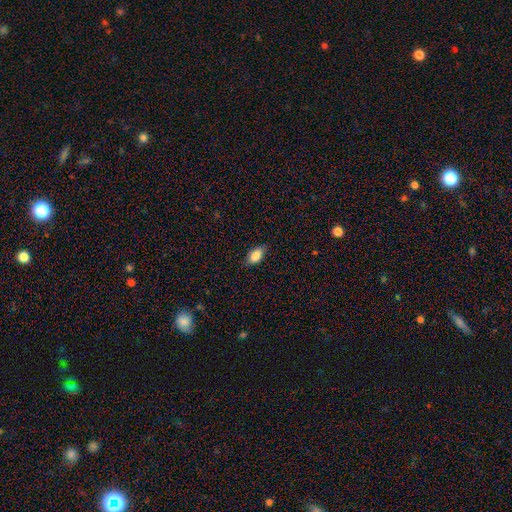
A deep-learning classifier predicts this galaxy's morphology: A smooth galaxy with no disk features (85%) that is in between round and cigar-shaped (91%).

Vote fractions:
- Smooth or featured? smooth: 85% / featured or disk: 8% / star or artifact: 7%
- How rounded? in between: 91% / round: 6% / cigar-shaped: 4%
- Merging? none: 81% / minor disturbance: 15% / major disturbance: 3% / merger: 1%